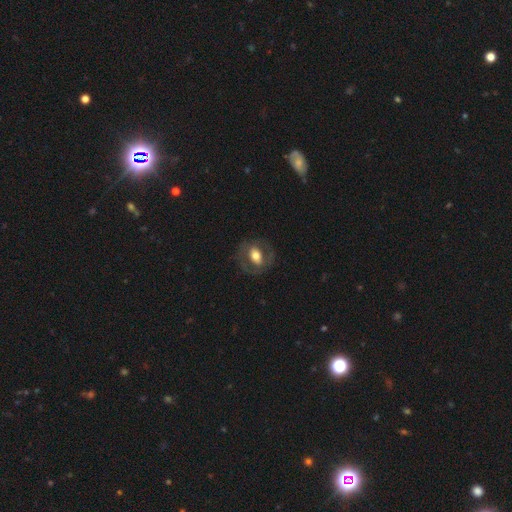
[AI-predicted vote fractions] smooth 49%, featured or disk 43%, star or artifact 7%. Down the decision tree: merging — none (74%).